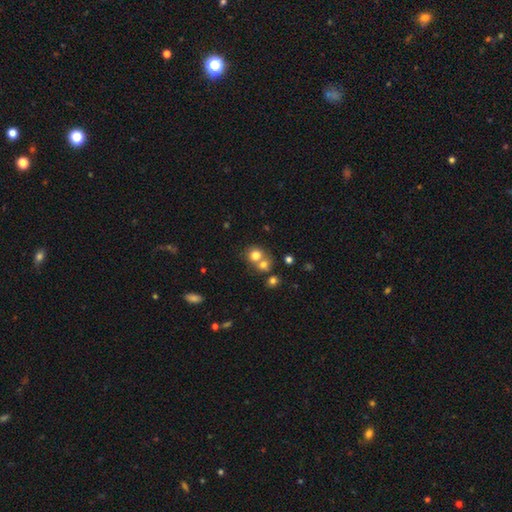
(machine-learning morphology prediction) This appears to be a smooth galaxy with no disk features (75%) that is round (78%). Merging: merger (47%).